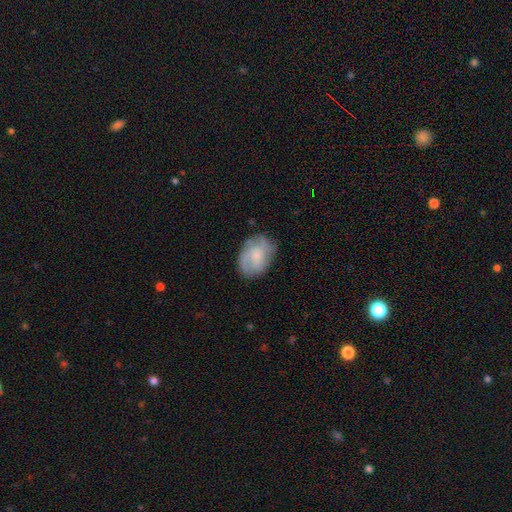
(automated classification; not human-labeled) smooth-or-featured: smooth: 47% | featured or disk: 46% | star or artifact: 7%
  merging: none: 68% | minor disturbance: 22% | major disturbance: 8% | merger: 1%